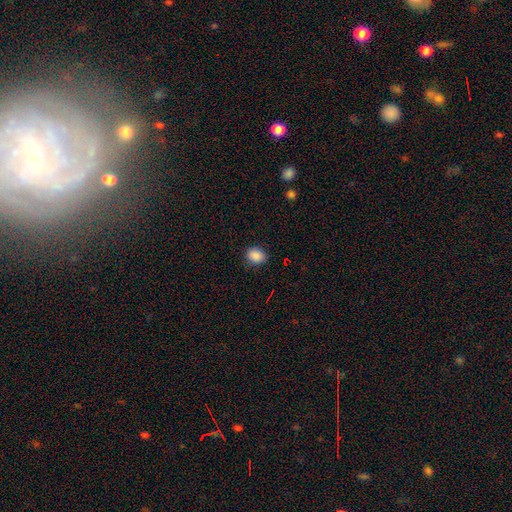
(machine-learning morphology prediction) Smooth or featured? Predicted: smooth (p=0.88). How rounded? Predicted: round (p=0.50). Merging? Predicted: none (p=0.86).